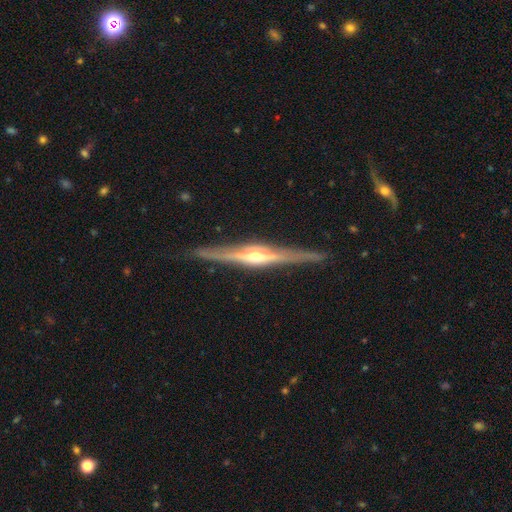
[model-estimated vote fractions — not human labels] Smooth or featured?
  - featured or disk: 85% *
  - smooth: 9%
  - star or artifact: 5%
Edge-on disk?
  - yes: 98% *
  - no: 2%
Edge-on bulge?
  - rounded: 90% *
  - boxy: 6%
  - none: 3%
Merging?
  - none: 88% *
  - minor disturbance: 9%
  - major disturbance: 2%
  - merger: 1%